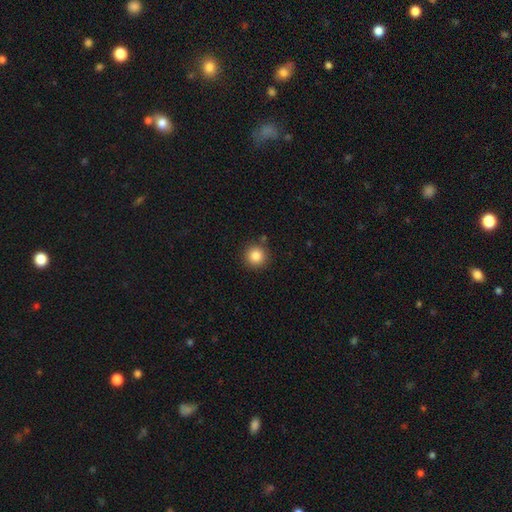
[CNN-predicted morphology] type=smooth (85%); roundness=round (94%); merging=none (87%).